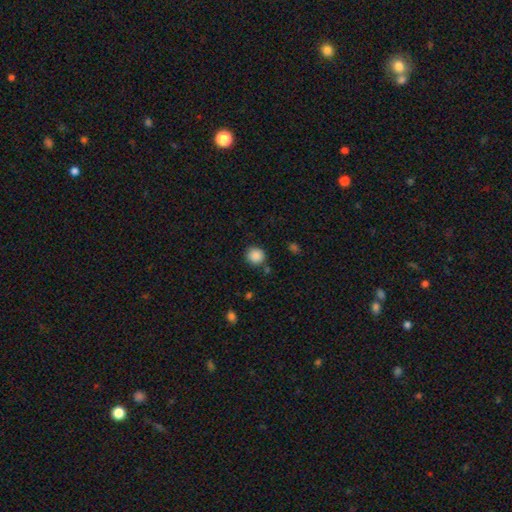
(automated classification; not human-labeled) Smooth or featured? Predicted: smooth (p=0.88). How rounded? Predicted: round (p=0.90). Merging? Predicted: none (p=0.84).